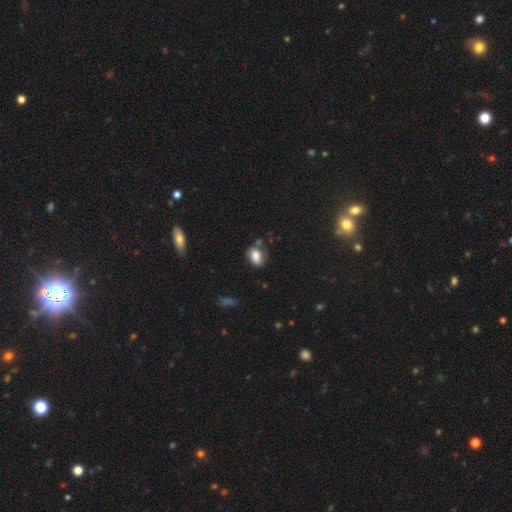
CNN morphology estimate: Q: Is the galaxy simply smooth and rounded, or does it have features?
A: smooth — 81%.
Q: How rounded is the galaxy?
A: in between — 76%.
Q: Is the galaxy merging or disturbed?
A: none — 63%.